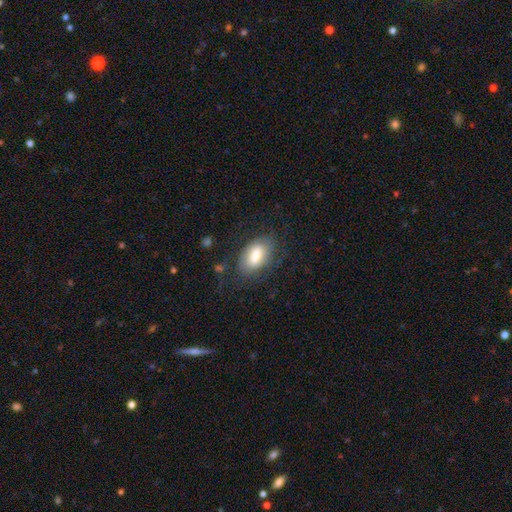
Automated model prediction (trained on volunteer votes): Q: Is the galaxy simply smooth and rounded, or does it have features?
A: smooth — 73%.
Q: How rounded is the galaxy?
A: in between — 92%.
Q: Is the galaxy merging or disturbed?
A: none — 70%.